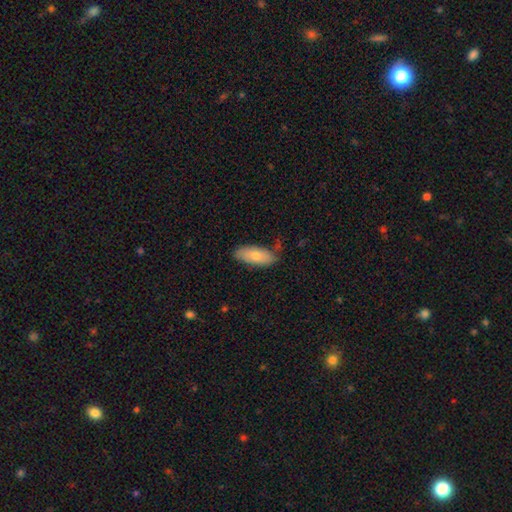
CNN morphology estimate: A smooth galaxy with no disk features (79%) that is in between round and cigar-shaped (85%). Merging: none (67%).